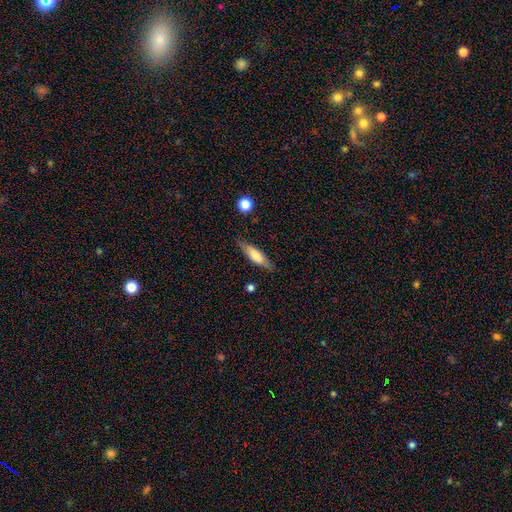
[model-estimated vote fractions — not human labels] A smooth galaxy with no disk features (64%) that is cigar-shaped (61%).

Vote fractions:
- Smooth or featured? smooth: 64% / featured or disk: 29% / star or artifact: 7%
- How rounded? cigar-shaped: 61% / in between: 37% / round: 2%
- Merging? none: 82% / minor disturbance: 13% / major disturbance: 3% / merger: 2%